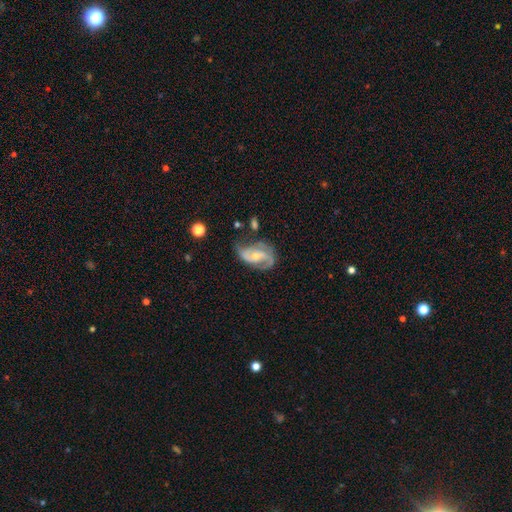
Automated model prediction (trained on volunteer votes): Morphology: type=featured or disk (82%); edge-on=no (97%); bar=no (49%); spiral arms=yes (93%); winding=medium (48%); arm count=2 (80%); bulge=small (50%); merging=none (52%).